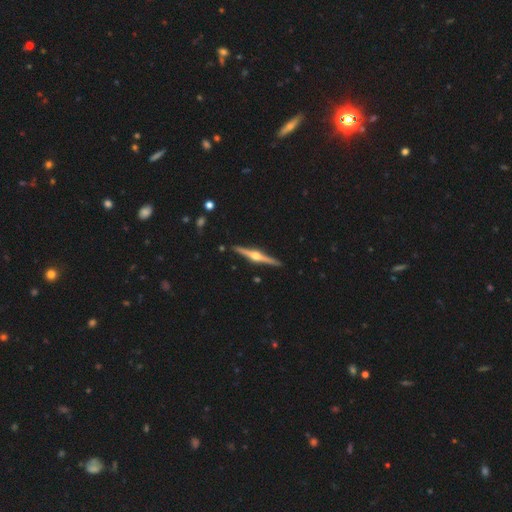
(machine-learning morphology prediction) A featured or disk galaxy (86%) viewed edge-on (99%) with a rounded central bulge (96%).

Vote fractions:
- Smooth or featured? featured or disk: 86% / smooth: 10% / star or artifact: 4%
- Edge-on disk? yes: 99% / no: 1%
- Edge-on bulge? rounded: 96% / boxy: 3% / none: 2%
- Merging? none: 91% / minor disturbance: 6% / merger: 1% / major disturbance: 1%